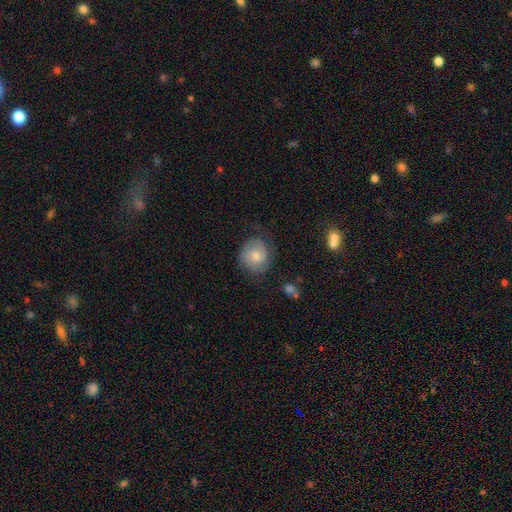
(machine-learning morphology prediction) Overall: featured or disk (55%; smooth 38%). Edge-on disk: no (97%). Bar: no (58%; weak 36%). Spiral arms: yes (89%). Bulge size: moderate (56%; small 35%). Merging: none (73%).